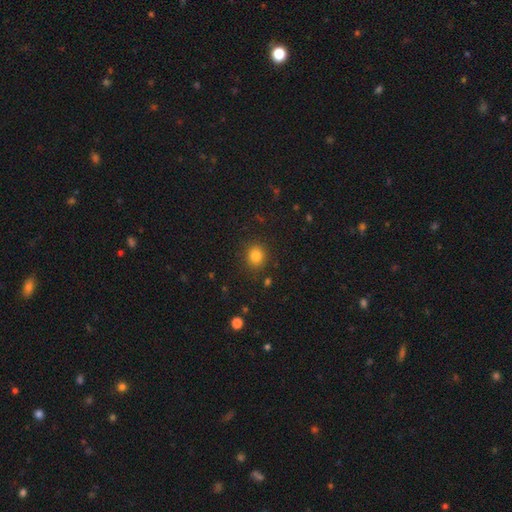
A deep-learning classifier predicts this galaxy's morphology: This appears to be a smooth galaxy with no disk features (82%) that is round (79%). Merging: none (88%).